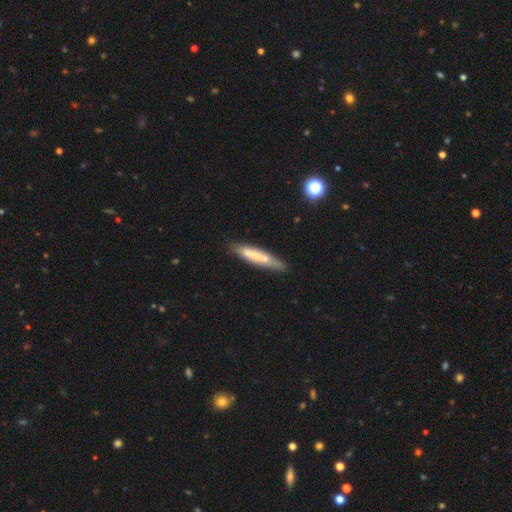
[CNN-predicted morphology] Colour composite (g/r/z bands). It shows a smooth galaxy with no disk features (52%) that is cigar-shaped (86%). Merging: none (71%).